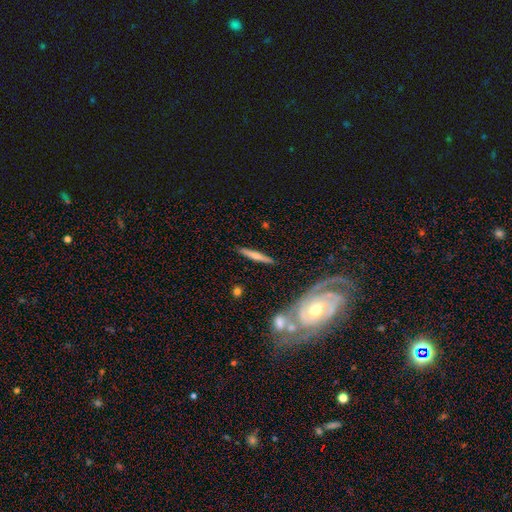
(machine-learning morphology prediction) smooth 49%, featured or disk 45%, star or artifact 6%. Down the decision tree: merging — none (87%).